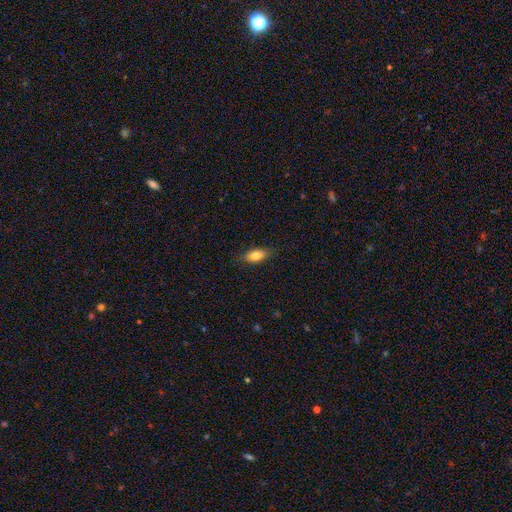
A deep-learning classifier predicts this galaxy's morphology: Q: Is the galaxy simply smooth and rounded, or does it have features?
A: smooth — 81%.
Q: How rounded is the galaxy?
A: in between — 82%.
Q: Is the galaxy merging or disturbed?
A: none — 85%.